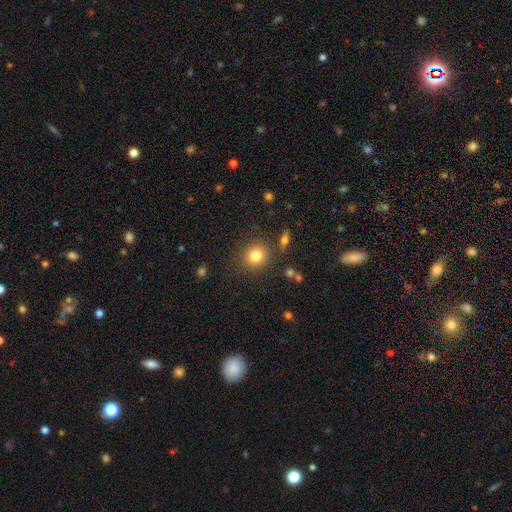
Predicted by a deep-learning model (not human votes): smooth_or_featured: smooth (p=0.81) [alt: star or artifact p=0.11]
how_rounded: round (p=0.84) [alt: in between p=0.15]
merging: none (p=0.84) [alt: minor disturbance p=0.09]